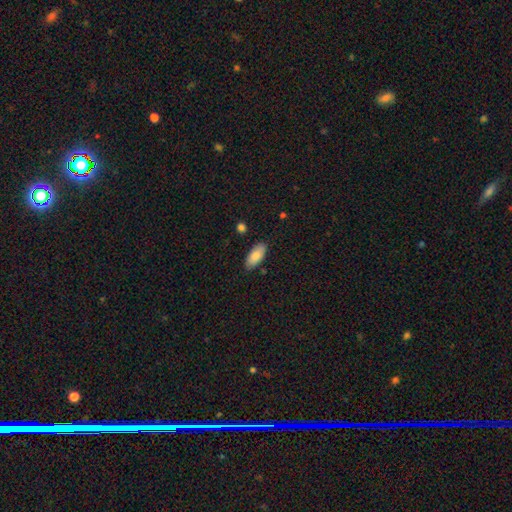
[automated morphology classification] type=smooth (83%); roundness=in between (90%); merging=none (84%).